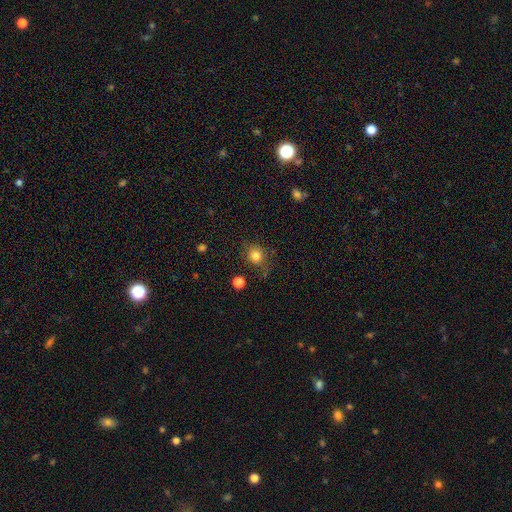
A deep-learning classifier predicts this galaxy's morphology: type=smooth (81%); roundness=round (83%); merging=none (72%).